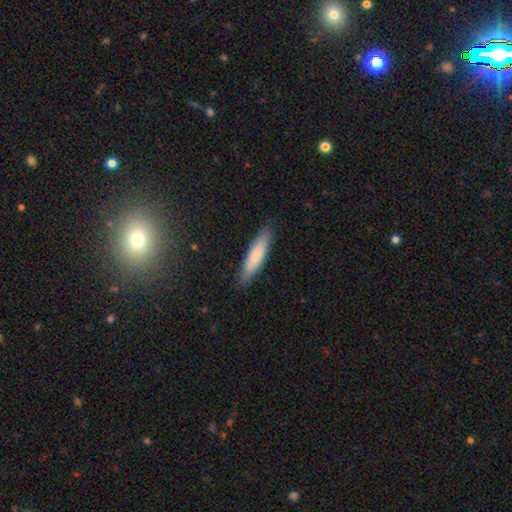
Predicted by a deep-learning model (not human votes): Smooth or featured?
  - smooth: 79% *
  - featured or disk: 16%
  - star or artifact: 6%
How rounded?
  - cigar-shaped: 78% *
  - in between: 21%
  - round: 1%
Merging?
  - none: 87% *
  - minor disturbance: 10%
  - major disturbance: 2%
  - merger: 1%